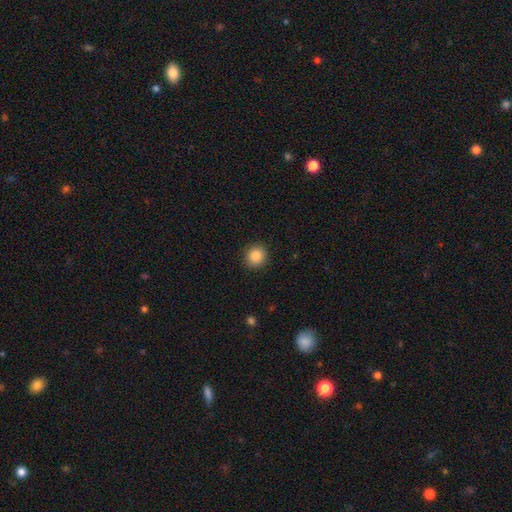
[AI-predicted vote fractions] Morphology: type=smooth (87%); roundness=round (89%); merging=none (90%).